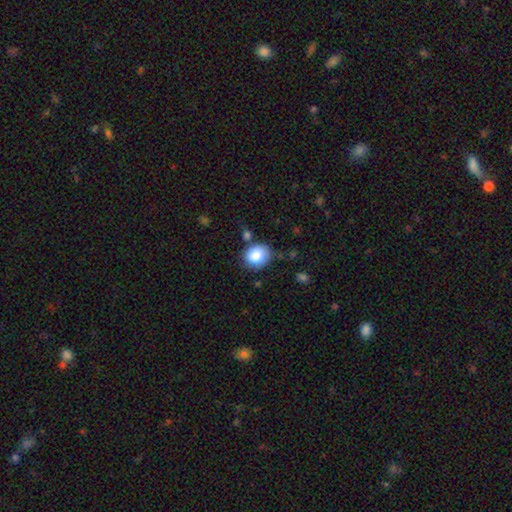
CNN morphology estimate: smooth-or-featured: smooth: 84% | star or artifact: 8% | featured or disk: 8%
  how-rounded: round: 58% | in between: 41% | cigar-shaped: 1%
  merging: none: 72% | minor disturbance: 18% | merger: 6% | major disturbance: 5%